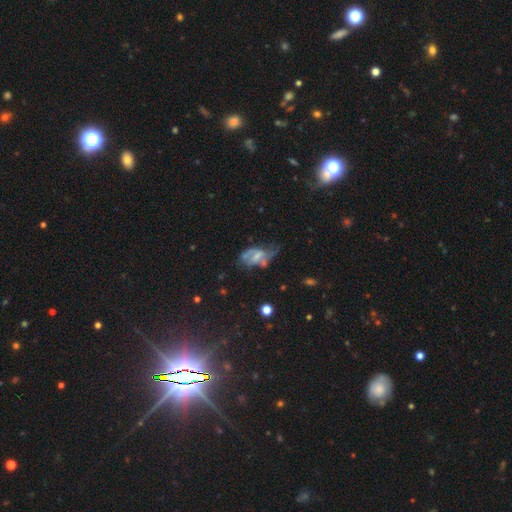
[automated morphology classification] A featured or disk galaxy (62%) with a weak bar (44%), spiral arms (65%) and no central bulge (36%).

Vote fractions:
- Smooth or featured? featured or disk: 62% / smooth: 27% / star or artifact: 11%
- Edge-on disk? no: 95% / yes: 5%
- Bar? weak: 44% / no: 33% / strong: 23%
- Spiral arms? yes: 65% / no: 35%
- Bulge size? none: 36% / small: 34% / moderate: 24% / large: 5% / dominant: 2%
- Merging? major disturbance: 33% / none: 29% / minor disturbance: 28% / merger: 10%